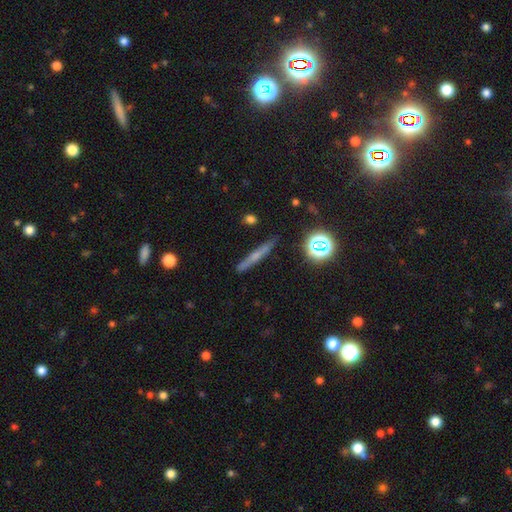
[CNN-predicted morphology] Smooth or featured?
  - smooth: 44% *
  - featured or disk: 41%
  - star or artifact: 14%
Merging?
  - none: 87% *
  - minor disturbance: 9%
  - major disturbance: 2%
  - merger: 2%